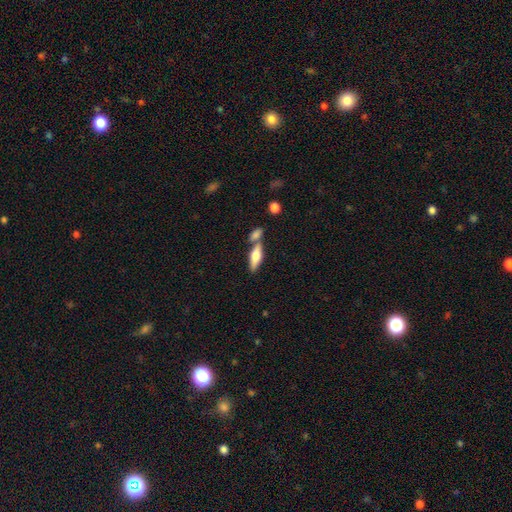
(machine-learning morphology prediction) Q: Smooth or featured?
A: smooth (63%); runner-up: featured or disk (32%)
Q: How rounded?
A: in between (53%); runner-up: cigar-shaped (44%)
Q: Merging?
A: none (54%); runner-up: merger (31%)